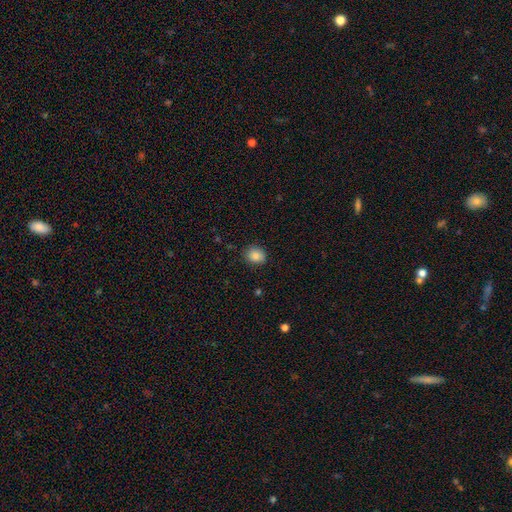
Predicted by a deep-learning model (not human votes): Smooth or featured? smooth (86%)
How rounded? round (65%)
Merging? none (85%)